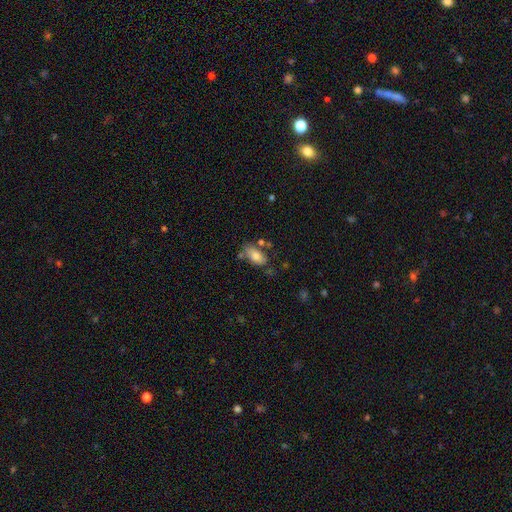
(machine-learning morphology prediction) Smooth or featured: smooth — 79% (featured or disk — 13%)
How rounded: in between — 90% (cigar-shaped — 6%)
Merging: none — 63% (minor disturbance — 20%)